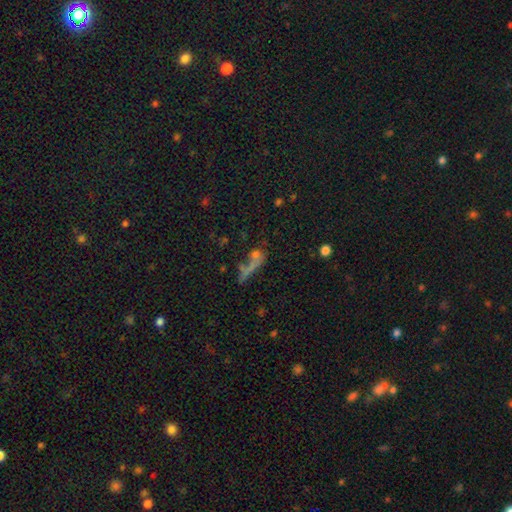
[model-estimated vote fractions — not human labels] smooth 52%, star or artifact 26%, featured or disk 22%. Down the decision tree: how rounded — cigar-shaped (37%); merging — none (40%).